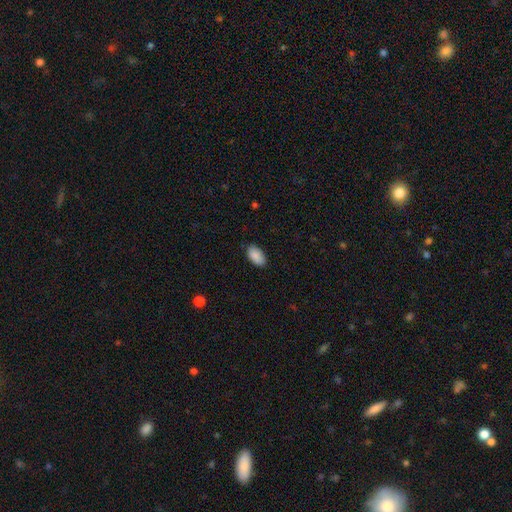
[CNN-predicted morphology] type=smooth (89%); roundness=in between (95%); merging=none (85%).